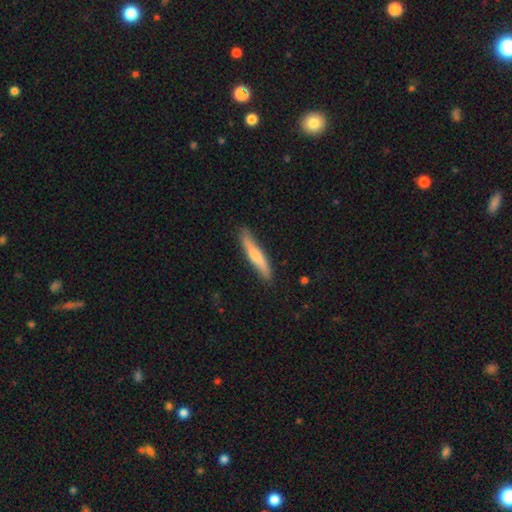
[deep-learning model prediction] The model was most divided on "smooth or featured": smooth: 63%, featured or disk: 32%, star or artifact: 5%. More confident: how rounded — cigar-shaped (91%); merging — none (83%).